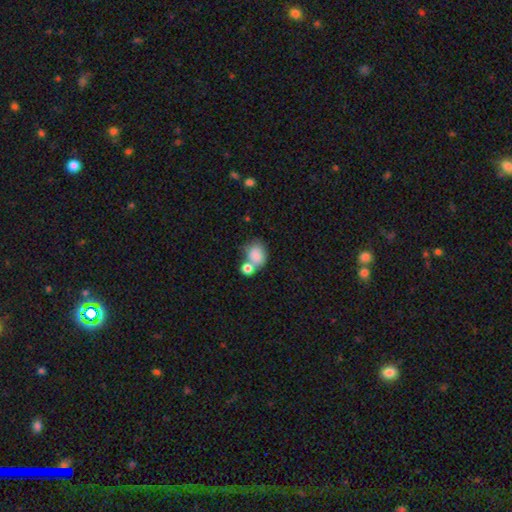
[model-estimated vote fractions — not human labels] Smooth or featured?
  - smooth: 82% *
  - featured or disk: 10%
  - star or artifact: 8%
How rounded?
  - in between: 54% *
  - round: 44%
  - cigar-shaped: 1%
Merging?
  - merger: 48% *
  - none: 32%
  - minor disturbance: 13%
  - major disturbance: 7%